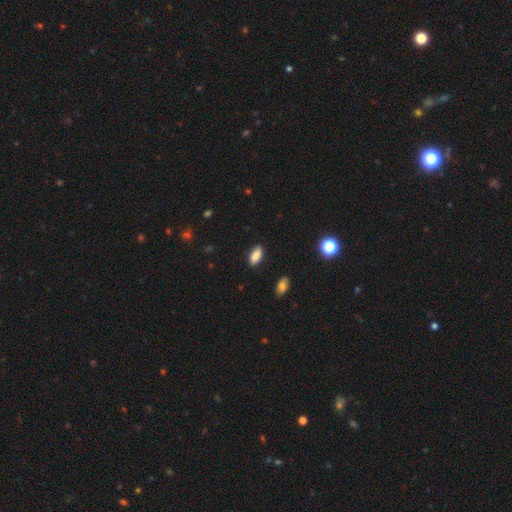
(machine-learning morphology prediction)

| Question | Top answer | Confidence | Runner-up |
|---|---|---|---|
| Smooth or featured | smooth | 86% | star or artifact (8%) |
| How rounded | in between | 85% | cigar-shaped (13%) |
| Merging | none | 87% | minor disturbance (9%) |